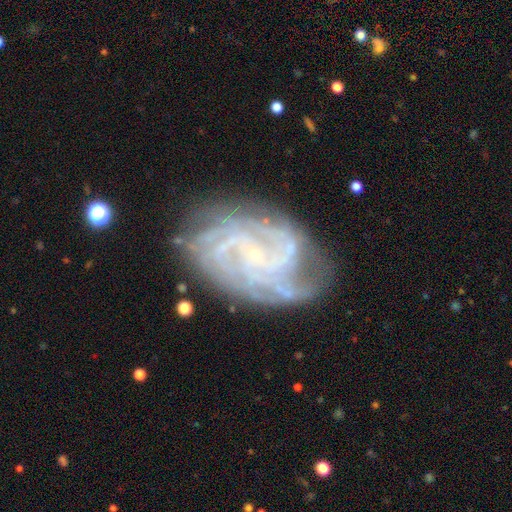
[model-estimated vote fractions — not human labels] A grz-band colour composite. It shows a featured or disk galaxy (88%) with no bar (64%), 4 (28%) tight (63%) spiral arms (98%) and a small central bulge (88%). Merging: none (73%).